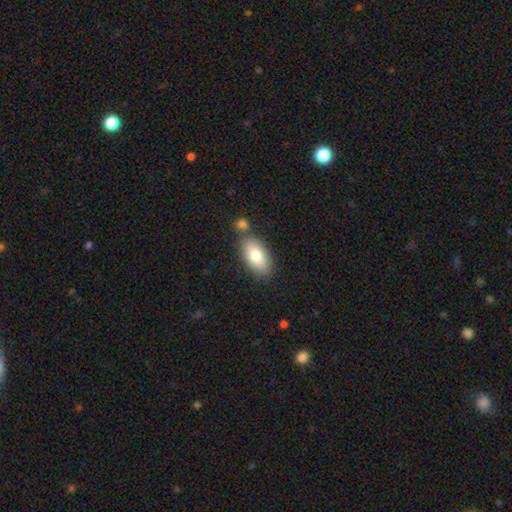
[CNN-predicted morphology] smooth_or_featured: smooth (p=0.79) [alt: featured or disk p=0.14]
how_rounded: in between (p=0.92) [alt: cigar-shaped p=0.05]
merging: none (p=0.72) [alt: merger p=0.13]